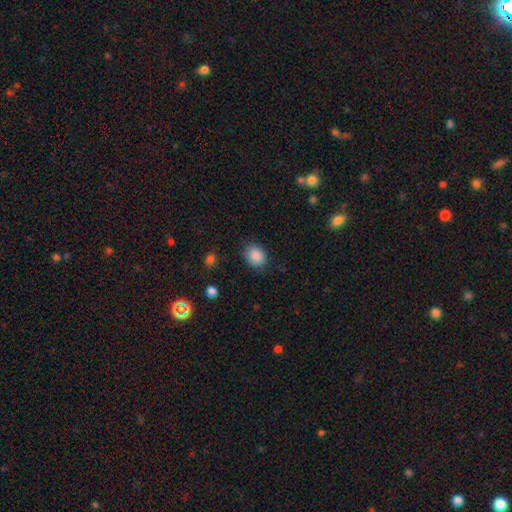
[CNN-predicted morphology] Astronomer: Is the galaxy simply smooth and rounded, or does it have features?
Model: smooth — 87%.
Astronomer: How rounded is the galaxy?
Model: round — 55% (runner-up: in between, 44%).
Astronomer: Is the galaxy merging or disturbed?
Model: none — 84%.